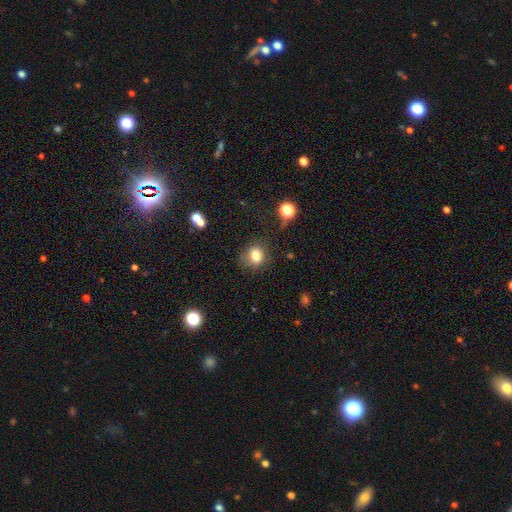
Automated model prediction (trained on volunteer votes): Overall: smooth (81%). How rounded: round (64%; in between 35%). Merging: none (65%).